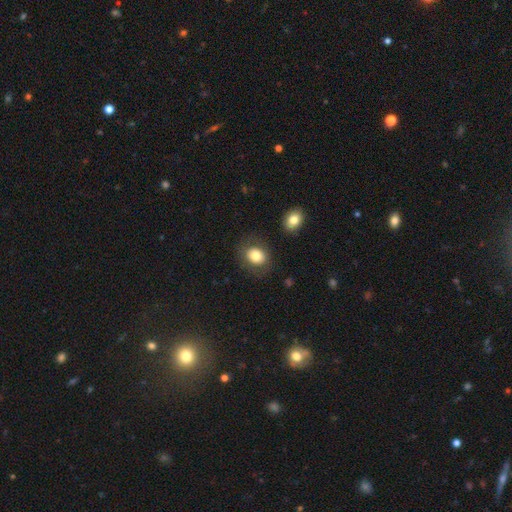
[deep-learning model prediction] Q: Smooth or featured?
A: smooth (79%); runner-up: featured or disk (13%)
Q: How rounded?
A: round (52%); runner-up: in between (47%)
Q: Merging?
A: none (80%); runner-up: minor disturbance (12%)